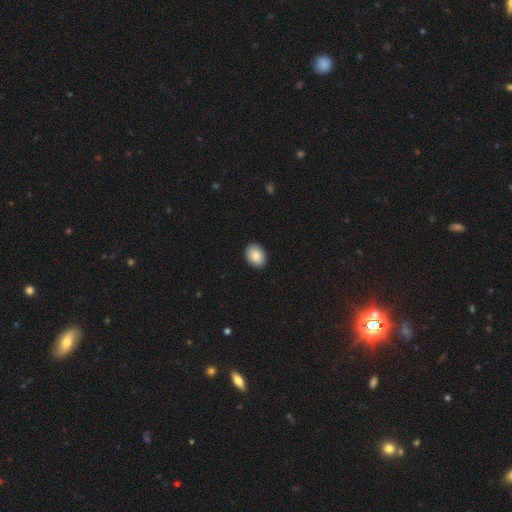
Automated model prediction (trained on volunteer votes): smooth 88%, star or artifact 7%, featured or disk 5%. Down the decision tree: how rounded — in between (77%); merging — none (91%).